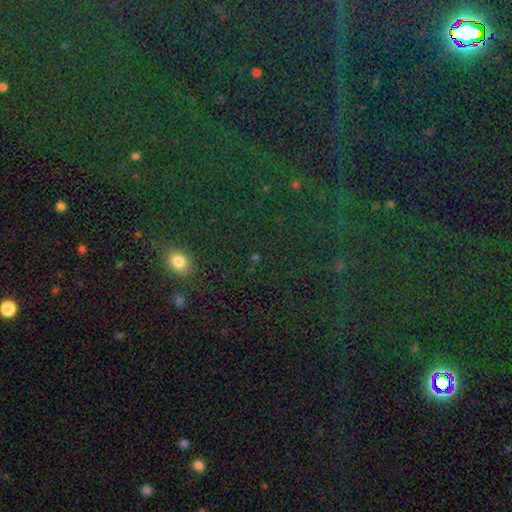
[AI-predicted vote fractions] smooth-or-featured: star or artifact: 48% | smooth: 45% | featured or disk: 7%